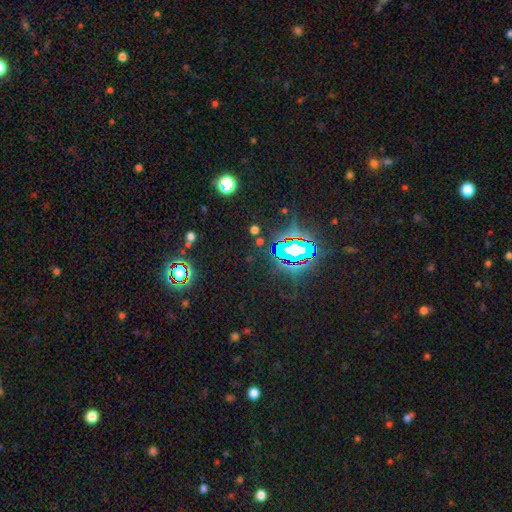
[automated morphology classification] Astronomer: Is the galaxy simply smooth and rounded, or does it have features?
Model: star or artifact — 80%.